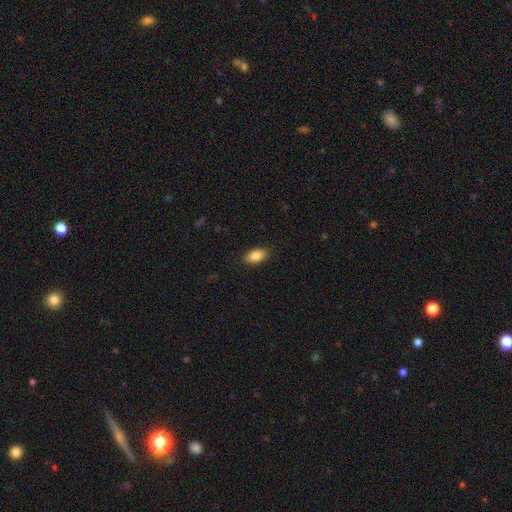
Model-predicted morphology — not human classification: smooth_or_featured: smooth (p=0.86) [alt: star or artifact p=0.07]
how_rounded: in between (p=0.91) [alt: round p=0.05]
merging: none (p=0.87) [alt: minor disturbance p=0.09]